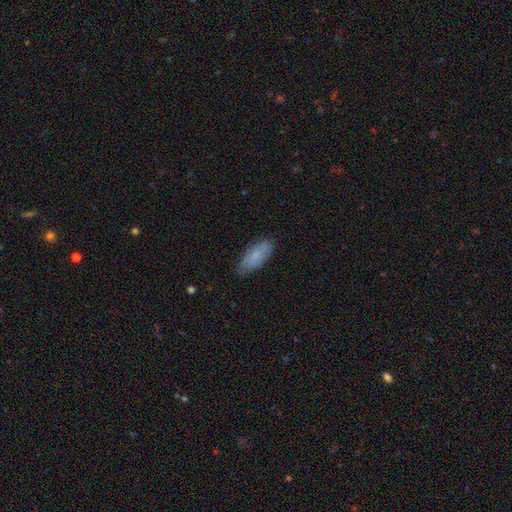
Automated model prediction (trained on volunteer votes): A smooth galaxy with no disk features (76%) that is in between round and cigar-shaped (79%). Merging: none (81%).